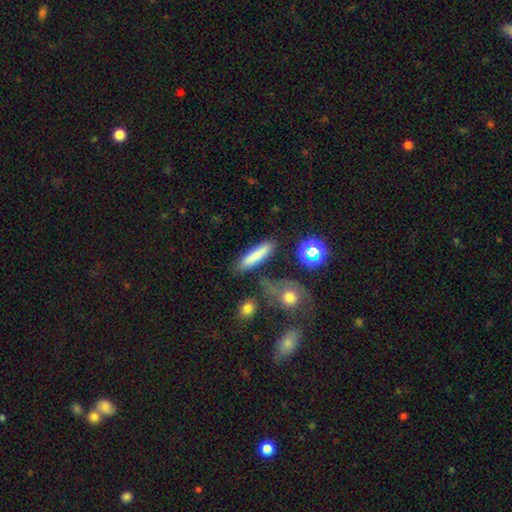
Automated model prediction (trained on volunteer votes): Morphology: type=smooth (77%); roundness=cigar-shaped (79%); merging=none (77%).